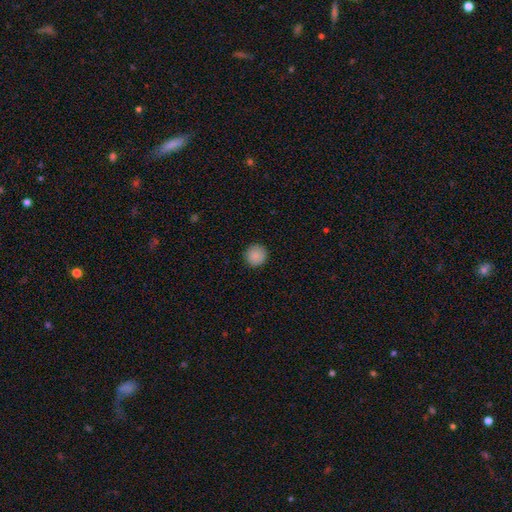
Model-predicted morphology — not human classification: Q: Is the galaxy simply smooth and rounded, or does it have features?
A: smooth — 88%.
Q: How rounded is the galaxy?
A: round — 94%.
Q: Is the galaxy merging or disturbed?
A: none — 91%.